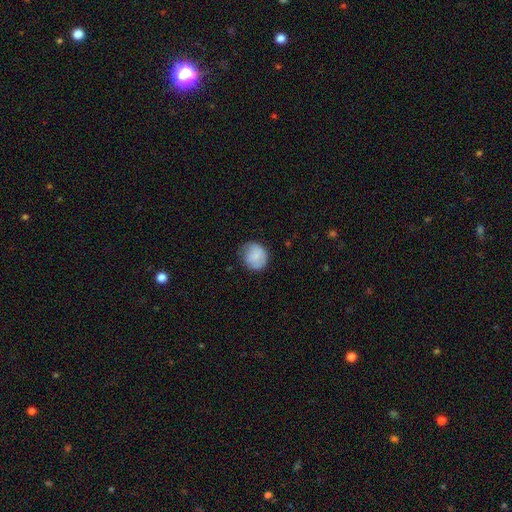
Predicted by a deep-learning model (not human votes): The model was most divided on "merging": none: 64%, minor disturbance: 28%, major disturbance: 7%, merger: 1%. More confident: smooth or featured — smooth (79%); how rounded — round (78%).